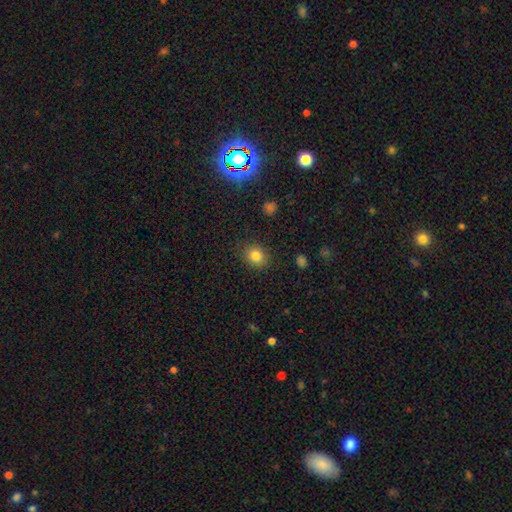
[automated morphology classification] The model was most divided on "how rounded": round: 64%, in between: 35%, cigar-shaped: 1%. More confident: merging — none (87%); smooth or featured — smooth (83%).